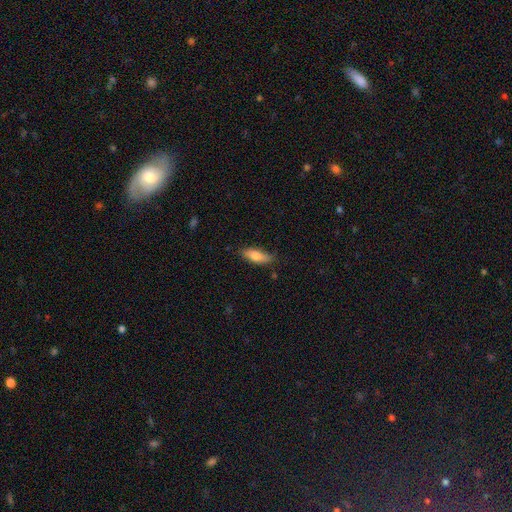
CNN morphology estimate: Smooth or featured: smooth — 77% (featured or disk — 17%)
How rounded: in between — 62% (cigar-shaped — 36%)
Merging: none — 78% (minor disturbance — 18%)